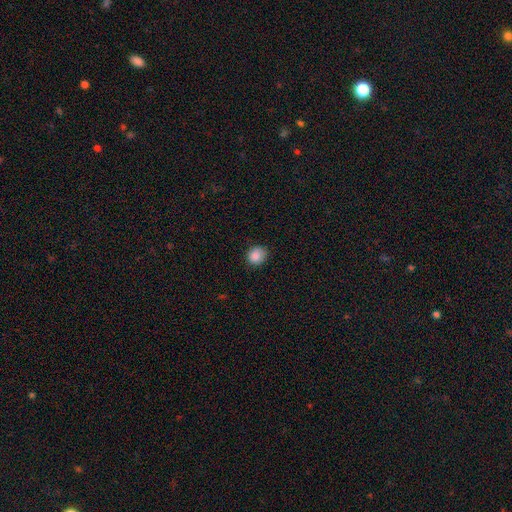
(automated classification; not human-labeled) Smooth or featured?
  - smooth: 87% *
  - star or artifact: 9%
  - featured or disk: 3%
How rounded?
  - round: 79% *
  - in between: 20%
  - cigar-shaped: 1%
Merging?
  - none: 80% *
  - minor disturbance: 16%
  - major disturbance: 3%
  - merger: 1%